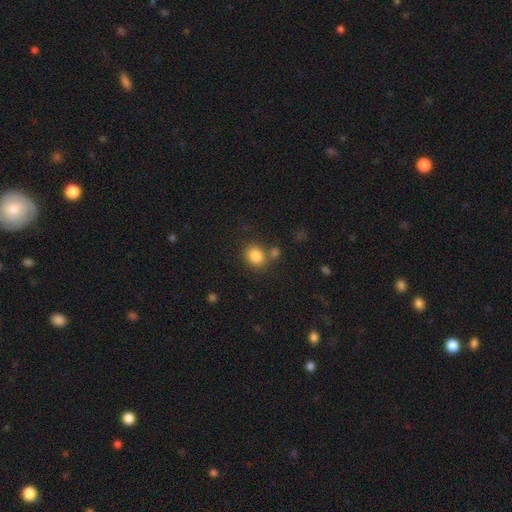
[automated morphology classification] The model was most divided on "how rounded": round: 57%, in between: 42%, cigar-shaped: 1%. More confident: smooth or featured — smooth (84%); merging — none (65%).